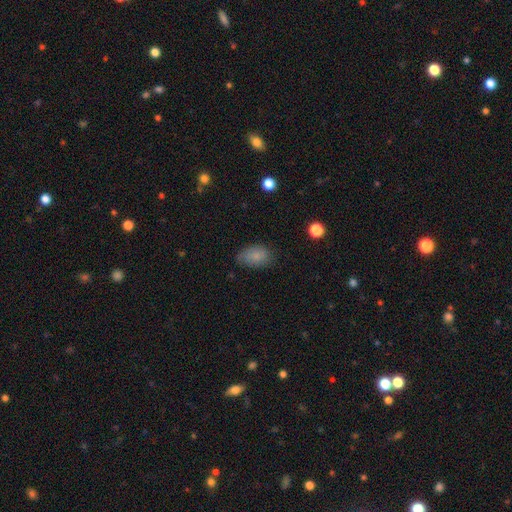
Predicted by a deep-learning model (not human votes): Smooth or featured? smooth (81%)
How rounded? in between (90%)
Merging? none (71%)